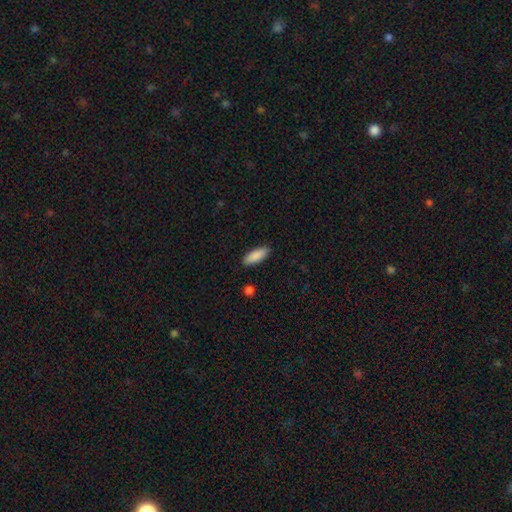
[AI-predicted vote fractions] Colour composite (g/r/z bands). It shows a smooth galaxy with no disk features (89%) that is in between round and cigar-shaped (70%). Merging: none (89%).